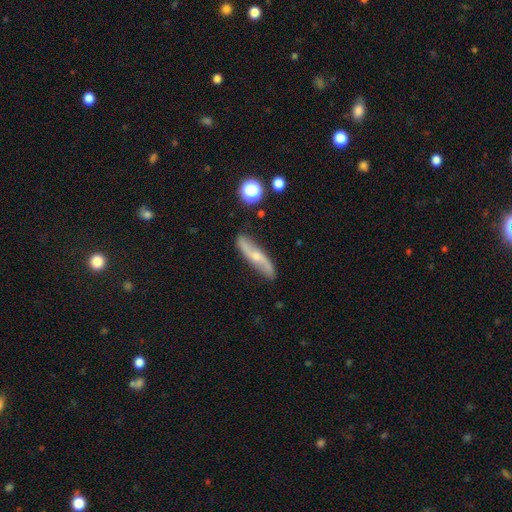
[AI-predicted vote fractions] smooth-or-featured: featured or disk: 72% | smooth: 21% | star or artifact: 7%
  disk-edge-on: no: 67% | yes: 33%
  merging: none: 82% | minor disturbance: 13% | major disturbance: 3% | merger: 2%